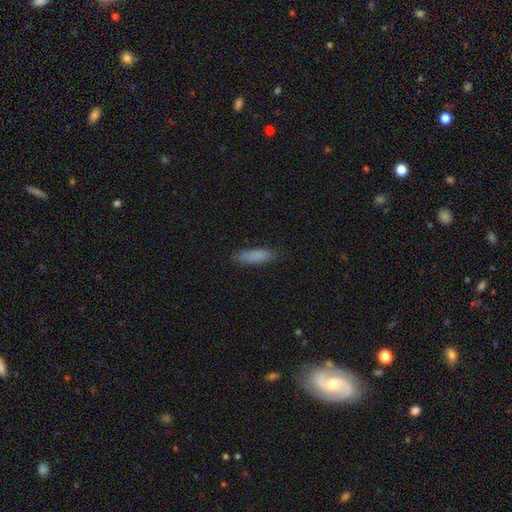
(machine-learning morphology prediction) Smooth or featured?
  - smooth: 84% *
  - featured or disk: 9%
  - star or artifact: 8%
How rounded?
  - cigar-shaped: 67% *
  - in between: 31%
  - round: 2%
Merging?
  - none: 83% *
  - minor disturbance: 13%
  - major disturbance: 3%
  - merger: 1%